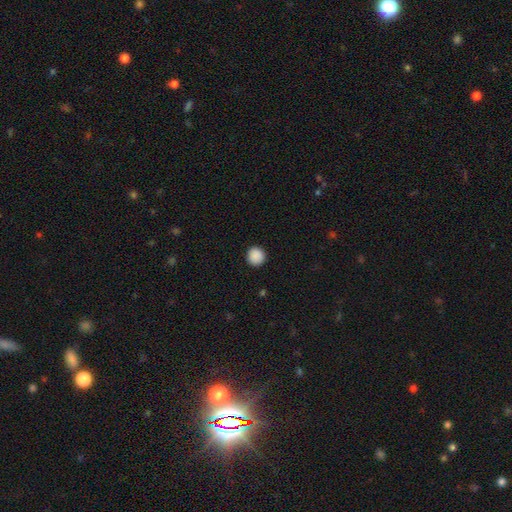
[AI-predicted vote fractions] Overall: smooth (90%). How rounded: round (94%). Merging: none (92%).